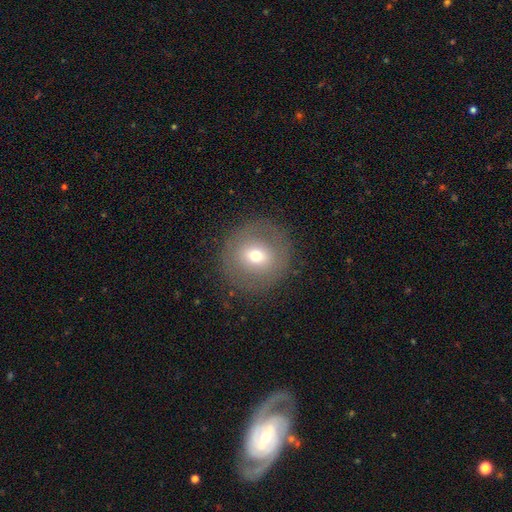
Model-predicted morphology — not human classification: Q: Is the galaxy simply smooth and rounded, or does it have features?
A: smooth — 58%.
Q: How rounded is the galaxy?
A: round — 91%.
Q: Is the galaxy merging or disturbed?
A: none — 85%.